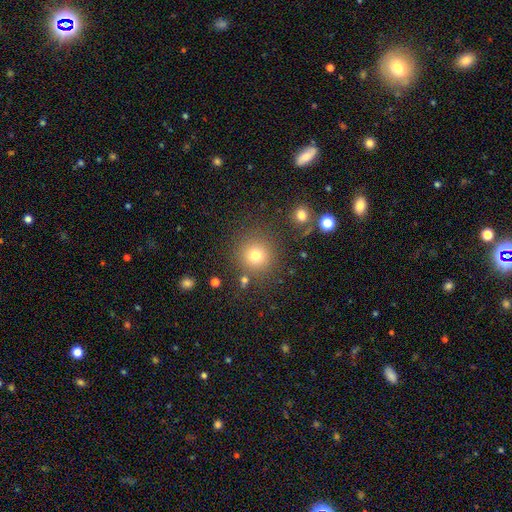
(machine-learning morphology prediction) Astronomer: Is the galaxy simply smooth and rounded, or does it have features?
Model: smooth — 77%.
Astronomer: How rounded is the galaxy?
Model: round — 93%.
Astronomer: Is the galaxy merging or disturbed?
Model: none — 83%.